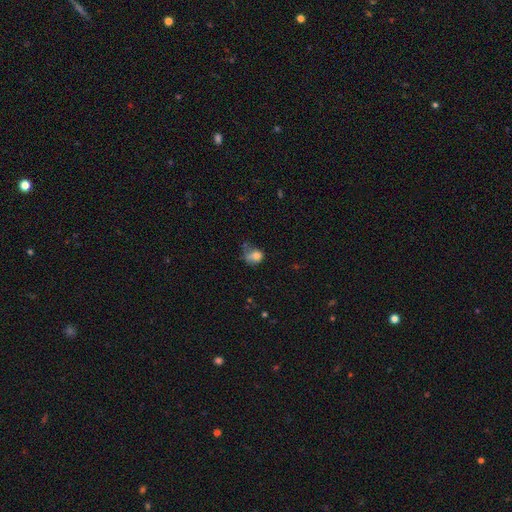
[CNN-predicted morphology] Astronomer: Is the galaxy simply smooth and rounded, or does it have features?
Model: smooth — 73%.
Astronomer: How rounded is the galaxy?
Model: in between — 51% (runner-up: round, 48%).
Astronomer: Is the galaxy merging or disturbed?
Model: major disturbance — 34% (runner-up: minor disturbance, 29%).